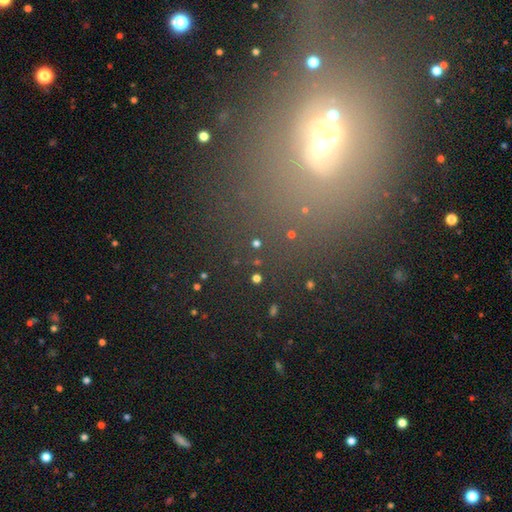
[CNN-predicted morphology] A star or artifact, not a galaxy (45%).